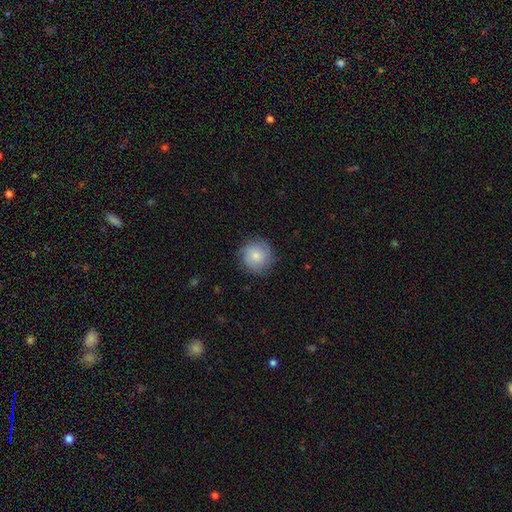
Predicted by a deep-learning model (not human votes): Morphology: type=smooth (80%); roundness=round (94%); merging=none (84%).